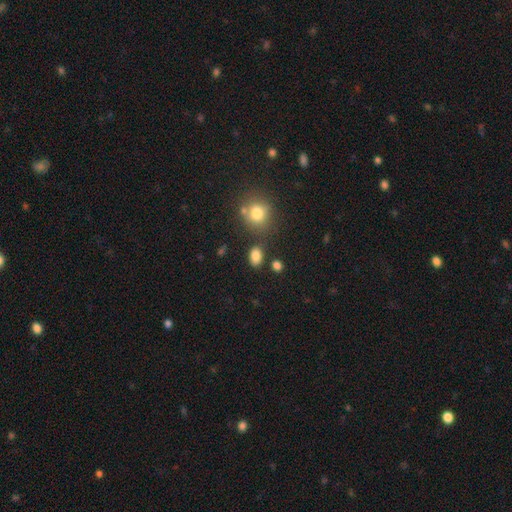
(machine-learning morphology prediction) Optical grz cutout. It shows a smooth galaxy with no disk features (84%) that is in between round and cigar-shaped (79%). Merging: none (79%).